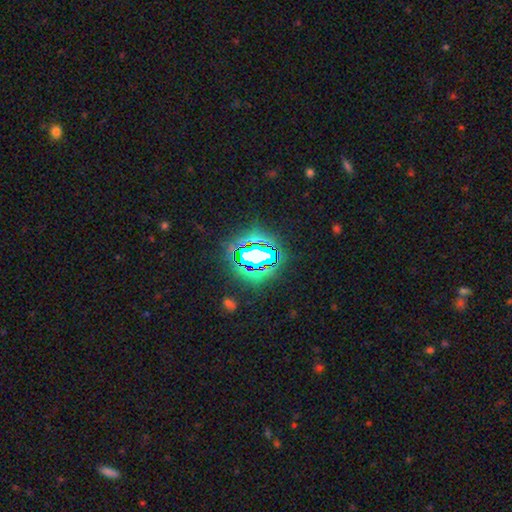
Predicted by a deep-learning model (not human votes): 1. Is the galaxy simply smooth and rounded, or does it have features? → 72% star or artifact, 17% smooth, 12% featured or disk.